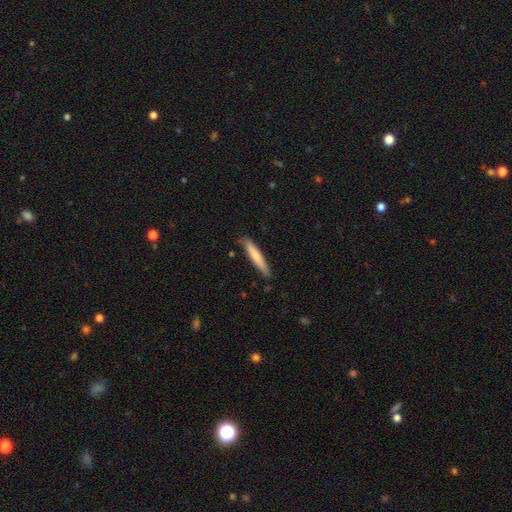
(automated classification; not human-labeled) This is likely a smooth galaxy (68%). How rounded: clearly cigar-shaped (92%). Merging: clearly none (82%).